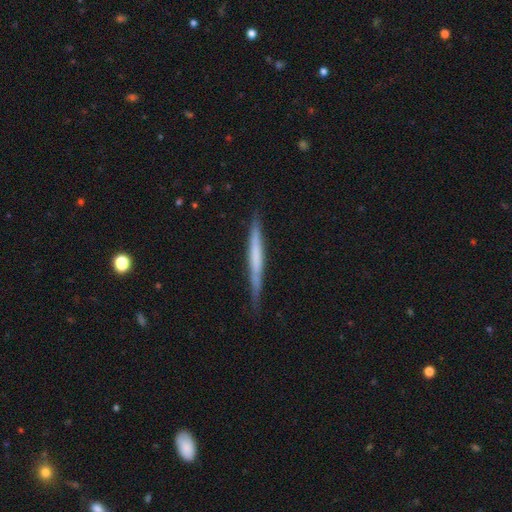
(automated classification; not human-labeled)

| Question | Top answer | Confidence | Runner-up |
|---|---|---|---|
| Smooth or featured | featured or disk | 52% | smooth (42%) |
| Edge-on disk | yes | 96% | no (4%) |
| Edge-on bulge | none | 77% | rounded (12%) |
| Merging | none | 84% | minor disturbance (13%) |